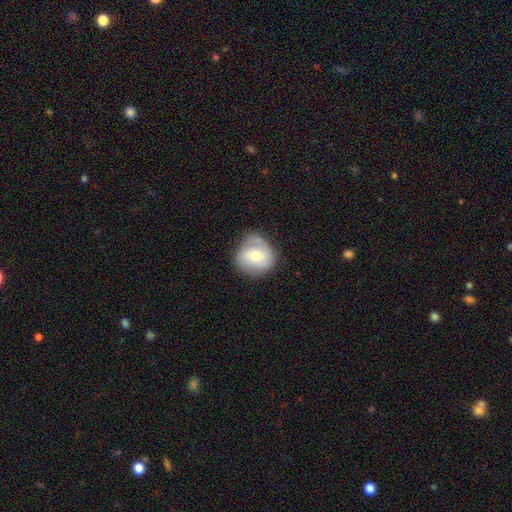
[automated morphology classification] Smooth or featured? smooth (52%)
How rounded? round (78%)
Merging? none (59%)